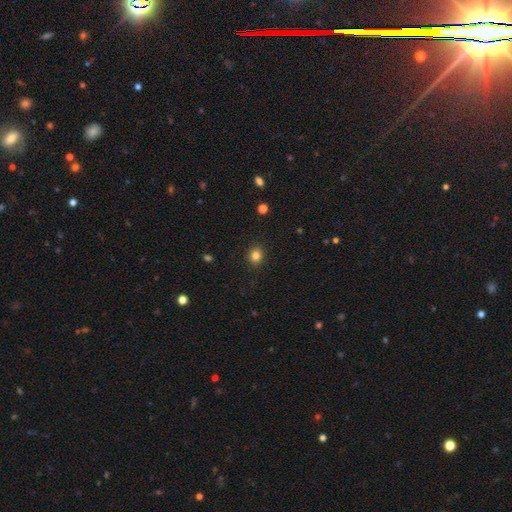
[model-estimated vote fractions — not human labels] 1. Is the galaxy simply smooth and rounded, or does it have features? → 82% smooth, 12% star or artifact, 5% featured or disk.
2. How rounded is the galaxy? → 79% round, 20% in between, 1% cigar-shaped.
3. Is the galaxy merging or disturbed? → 90% none, 7% minor disturbance, 2% major disturbance, 1% merger.